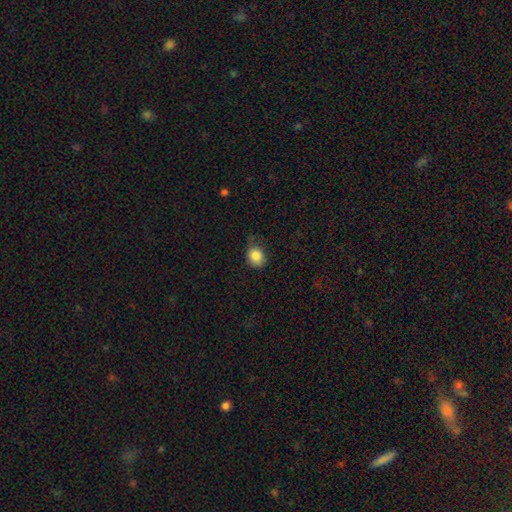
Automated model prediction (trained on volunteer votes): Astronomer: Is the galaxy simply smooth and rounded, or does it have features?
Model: smooth — 86%.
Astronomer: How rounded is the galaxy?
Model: round — 58% (runner-up: in between, 41%).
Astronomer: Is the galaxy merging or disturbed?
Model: none — 61%.